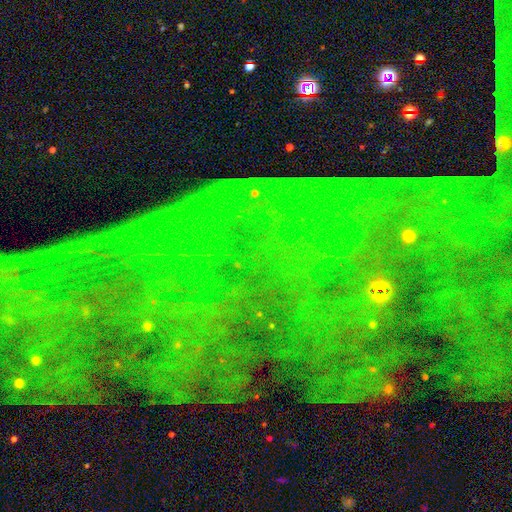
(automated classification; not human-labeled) Morphology: type=star or artifact (83%).